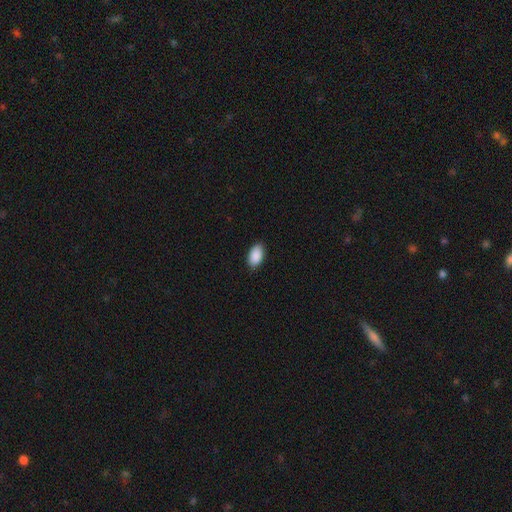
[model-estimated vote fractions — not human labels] A smooth galaxy with no disk features (90%) that is in between round and cigar-shaped (94%). Merging: none (87%).